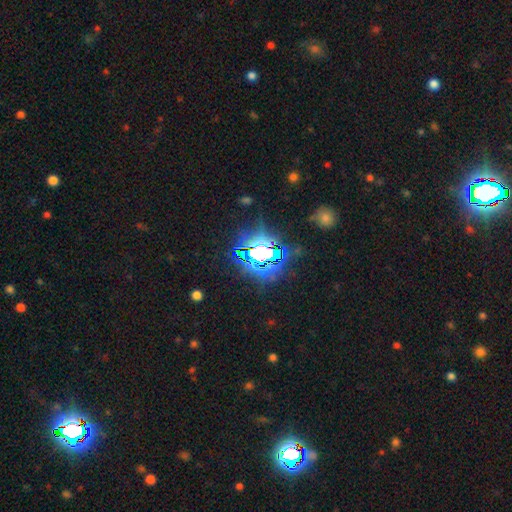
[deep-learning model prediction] smooth-or-featured: star or artifact: 79% | smooth: 12% | featured or disk: 10%